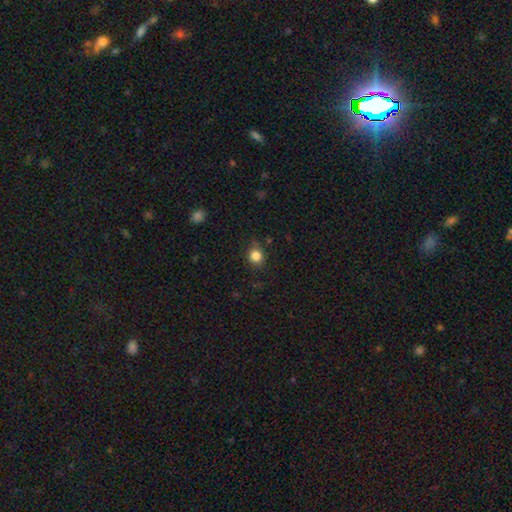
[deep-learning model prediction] smooth-or-featured: smooth: 83% | star or artifact: 11% | featured or disk: 5%
  how-rounded: round: 81% | in between: 18% | cigar-shaped: 1%
  merging: none: 77% | minor disturbance: 17% | major disturbance: 4% | merger: 2%